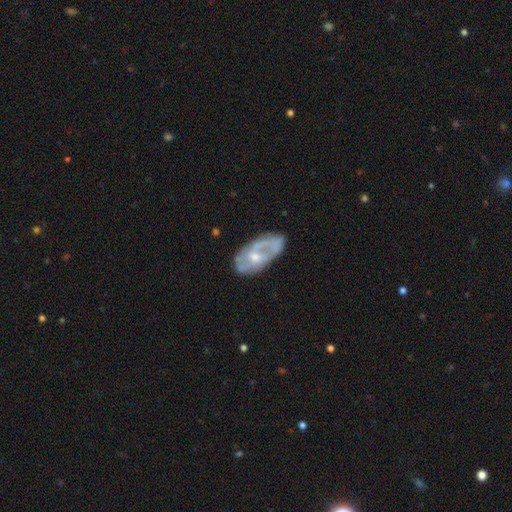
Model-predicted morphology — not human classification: Smooth or featured? featured or disk (65%)
Edge-on disk? no (93%)
Bar? no (60%)
Spiral arms? yes (57%)
Bulge size? small (46%)
Merging? none (58%)